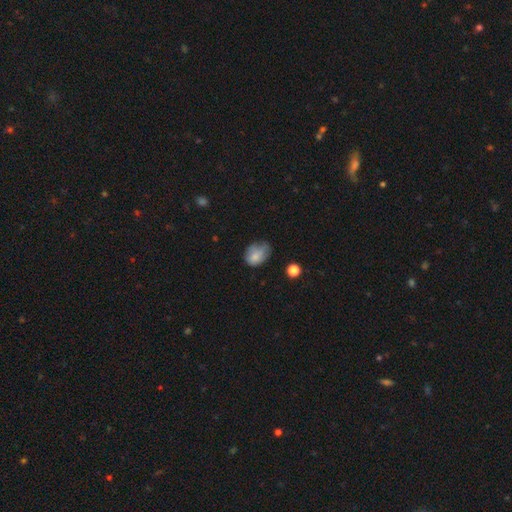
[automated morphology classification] A smooth galaxy with no disk features (77%) that is in between round and cigar-shaped (68%).

Vote fractions:
- Smooth or featured? smooth: 77% / featured or disk: 14% / star or artifact: 9%
- How rounded? in between: 68% / round: 31% / cigar-shaped: 1%
- Merging? none: 42% / minor disturbance: 39% / major disturbance: 16% / merger: 2%